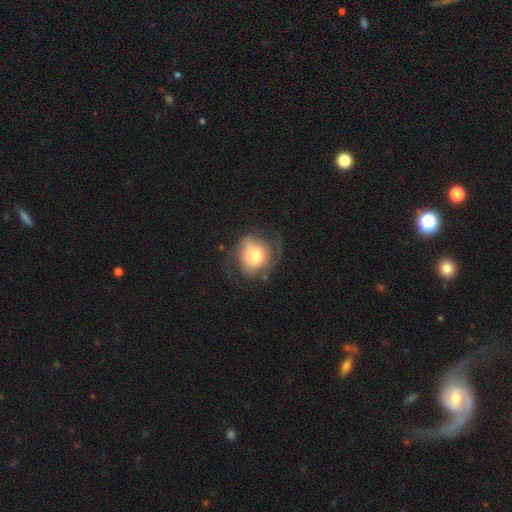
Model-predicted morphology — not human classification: smooth 48%, featured or disk 44%, star or artifact 8%. Down the decision tree: merging — none (44%).